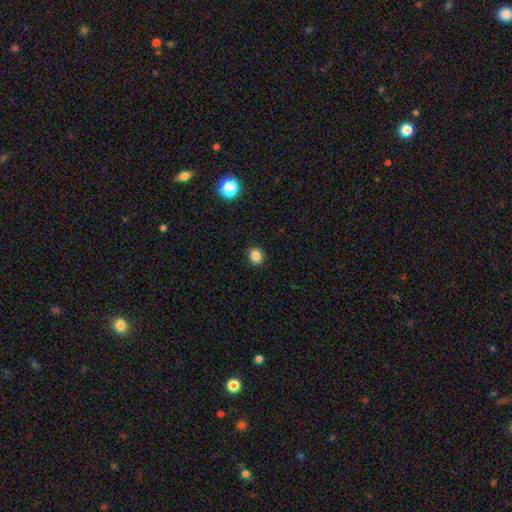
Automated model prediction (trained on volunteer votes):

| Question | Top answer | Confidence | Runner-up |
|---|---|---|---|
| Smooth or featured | smooth | 84% | star or artifact (12%) |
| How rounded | round | 78% | in between (21%) |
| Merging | none | 92% | minor disturbance (6%) |